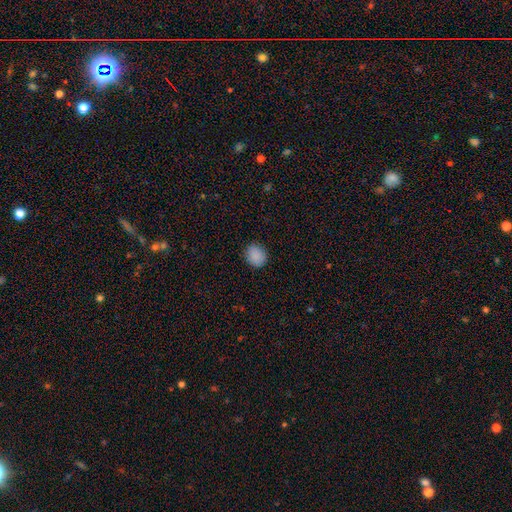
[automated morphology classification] Smooth or featured? smooth (88%)
How rounded? round (63%)
Merging? none (88%)